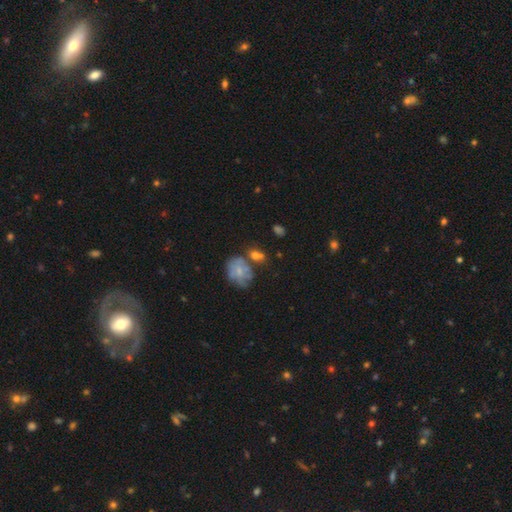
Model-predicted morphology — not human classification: Smooth or featured? Predicted: smooth (p=0.56). How rounded? Predicted: in between (p=0.60). Merging? Predicted: none (p=0.44).